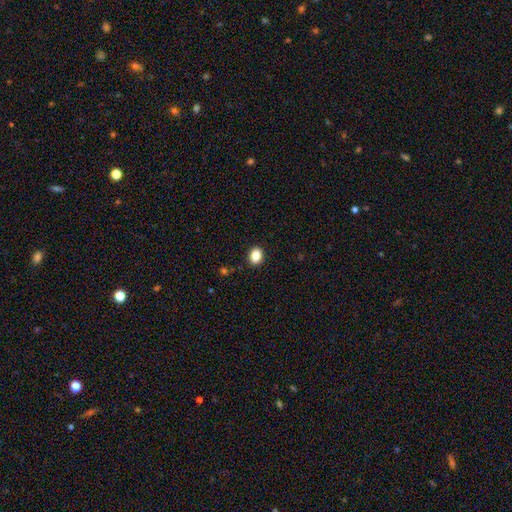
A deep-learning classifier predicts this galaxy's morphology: Smooth or featured: smooth — 86% (star or artifact — 9%)
How rounded: in between — 59% (round — 40%)
Merging: none — 90% (minor disturbance — 7%)